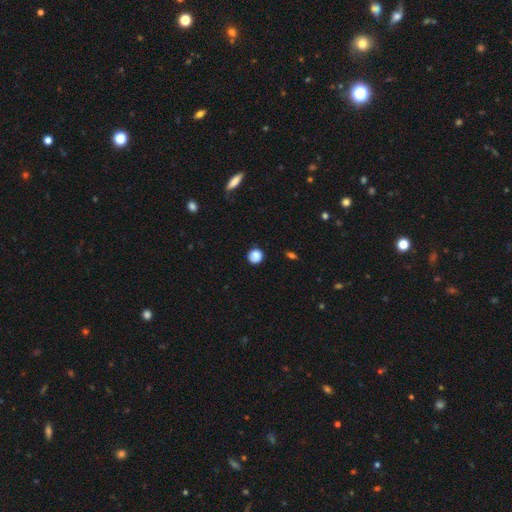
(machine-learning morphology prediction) smooth-or-featured: smooth: 84% | star or artifact: 9% | featured or disk: 7%
  how-rounded: round: 90% | in between: 9% | cigar-shaped: 1%
  merging: none: 82% | minor disturbance: 13% | major disturbance: 3% | merger: 2%